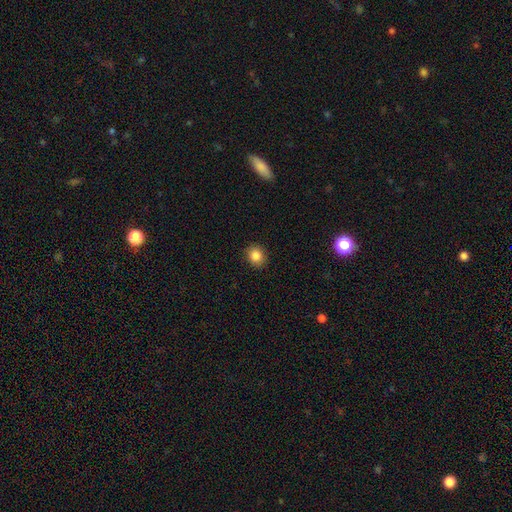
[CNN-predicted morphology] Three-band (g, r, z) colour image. It shows a smooth galaxy with no disk features (85%) that is round (77%). Merging: none (89%).